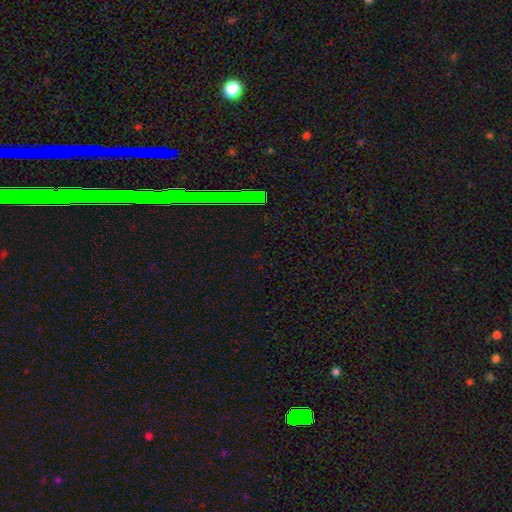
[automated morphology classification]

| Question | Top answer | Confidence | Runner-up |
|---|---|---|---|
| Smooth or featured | star or artifact | 66% | smooth (23%) |